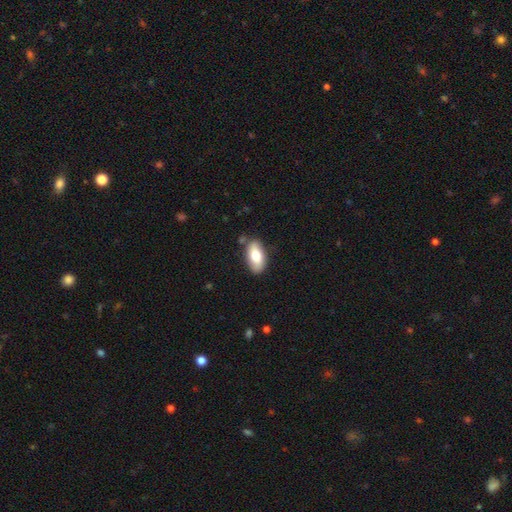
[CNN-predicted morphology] A smooth galaxy with no disk features (73%) that is in between round and cigar-shaped (92%). Merging: none (81%).